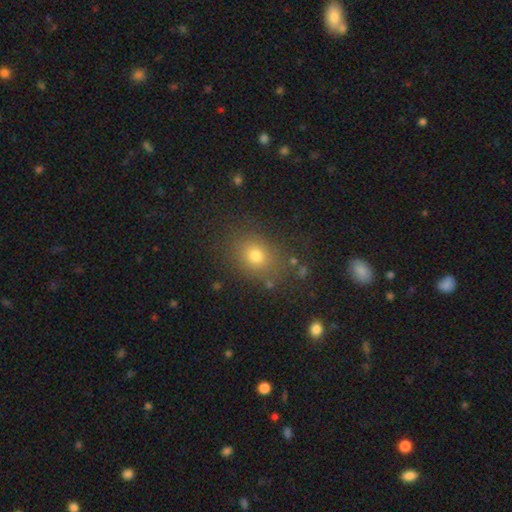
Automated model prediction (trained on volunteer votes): This appears to be a smooth galaxy with no disk features (74%) that is round (55%). Merging: none (81%).